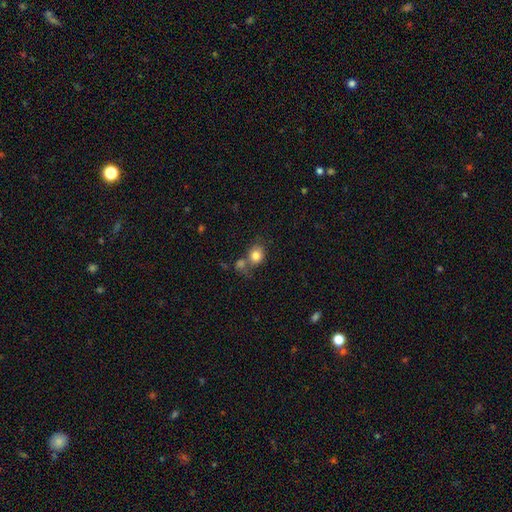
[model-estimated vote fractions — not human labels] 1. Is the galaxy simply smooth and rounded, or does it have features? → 82% smooth, 9% star or artifact, 9% featured or disk.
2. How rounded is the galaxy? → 69% round, 30% in between, 1% cigar-shaped.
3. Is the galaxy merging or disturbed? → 49% none, 32% merger, 13% minor disturbance, 6% major disturbance.